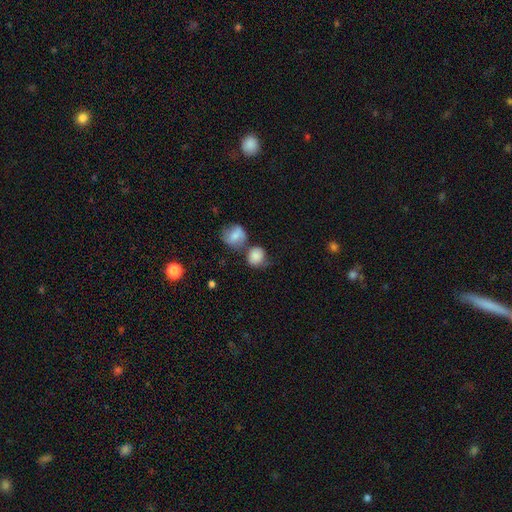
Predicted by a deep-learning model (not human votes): A smooth galaxy with no disk features (81%) that is round (78%).

Vote fractions:
- Smooth or featured? smooth: 81% / featured or disk: 11% / star or artifact: 8%
- How rounded? round: 78% / in between: 21% / cigar-shaped: 1%
- Merging? none: 41% / merger: 30% / minor disturbance: 20% / major disturbance: 9%